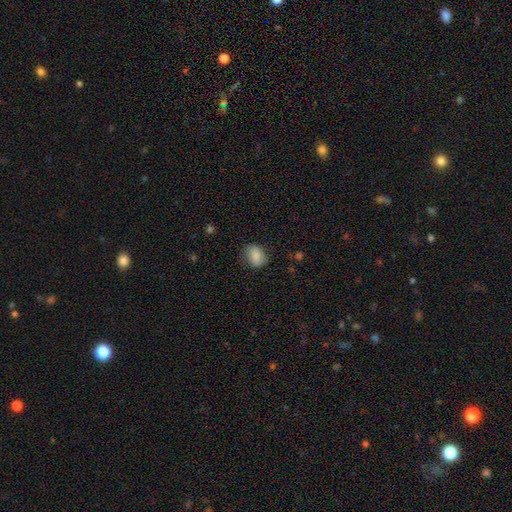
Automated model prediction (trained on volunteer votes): smooth 83%, featured or disk 9%, star or artifact 8%. Down the decision tree: how rounded — round (50%); merging — none (74%).